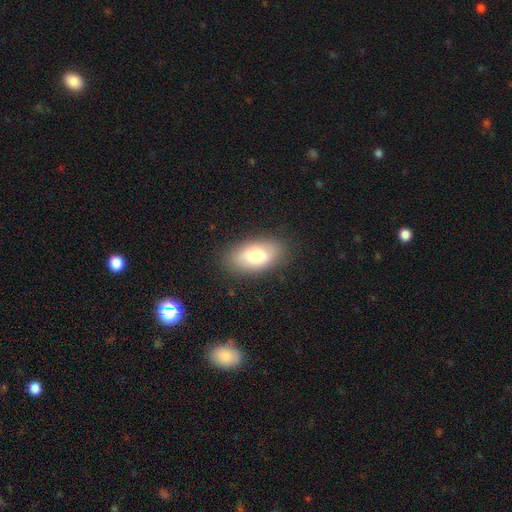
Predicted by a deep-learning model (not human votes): A smooth galaxy with no disk features (76%) that is in between round and cigar-shaped (92%). Merging: none (84%).